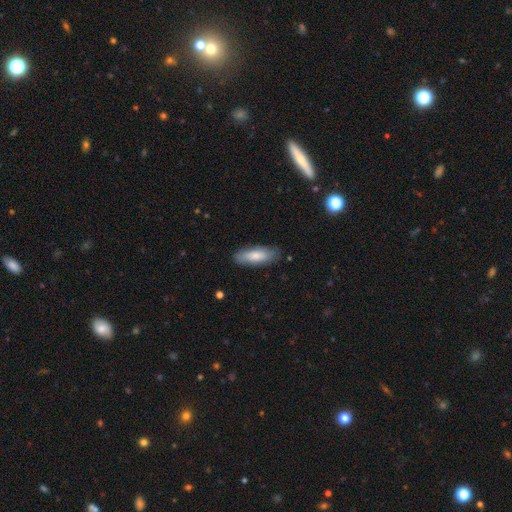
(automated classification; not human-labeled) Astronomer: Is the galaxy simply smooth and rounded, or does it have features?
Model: smooth — 77%.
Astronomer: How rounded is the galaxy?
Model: in between — 60% (runner-up: cigar-shaped, 38%).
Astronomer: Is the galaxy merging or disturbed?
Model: none — 83%.